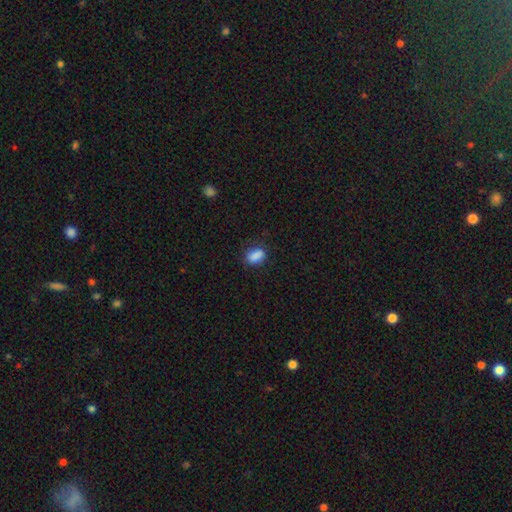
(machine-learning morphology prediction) The model was most divided on "merging": none: 77%, minor disturbance: 17%, major disturbance: 4%, merger: 1%. More confident: smooth or featured — smooth (87%); how rounded — in between (83%).